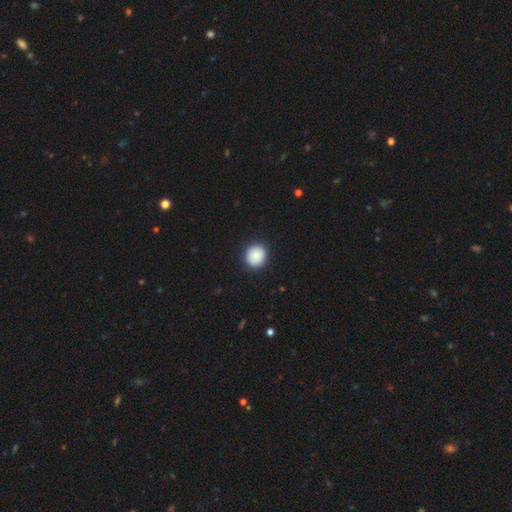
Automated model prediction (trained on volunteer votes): Q: Smooth or featured?
A: smooth (88%); runner-up: star or artifact (8%)
Q: How rounded?
A: round (89%); runner-up: in between (10%)
Q: Merging?
A: none (91%); runner-up: minor disturbance (6%)